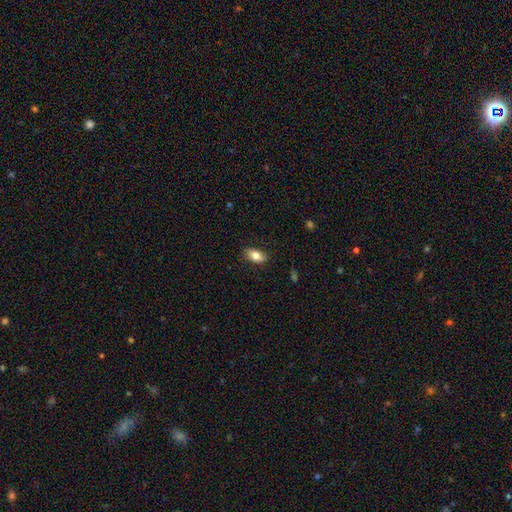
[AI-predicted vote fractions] The model was most divided on "smooth or featured": smooth: 80%, featured or disk: 13%, star or artifact: 7%. More confident: how rounded — in between (90%); merging — none (84%).